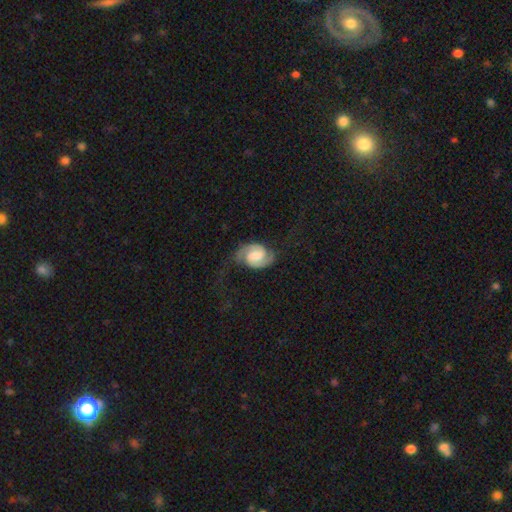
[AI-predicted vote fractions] smooth-or-featured: featured or disk: 84% | smooth: 11% | star or artifact: 6%
  disk-edge-on: no: 98% | yes: 2%
    bar: weak: 54% | no: 26% | strong: 20%
    has-spiral-arms: yes: 97% | no: 3%
      spiral-winding: medium: 50% | tight: 31% | loose: 19%
      spiral-arm-count: 2: 92% | can't tell: 3% | 1: 2% | 3: 1% | 4: 1% | more than 4: 1%
    bulge-size: moderate: 44% | small: 19% | large: 19% | none: 16% | dominant: 2%
  merging: none: 67% | minor disturbance: 19% | major disturbance: 12% | merger: 2%